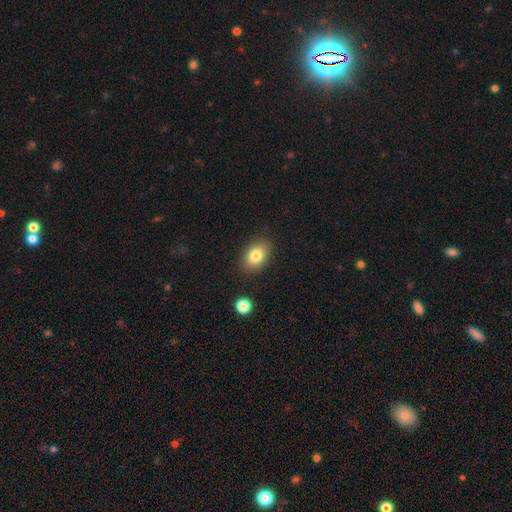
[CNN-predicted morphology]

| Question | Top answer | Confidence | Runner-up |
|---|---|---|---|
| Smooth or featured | smooth | 82% | featured or disk (10%) |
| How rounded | in between | 83% | round (16%) |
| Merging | none | 85% | minor disturbance (10%) |